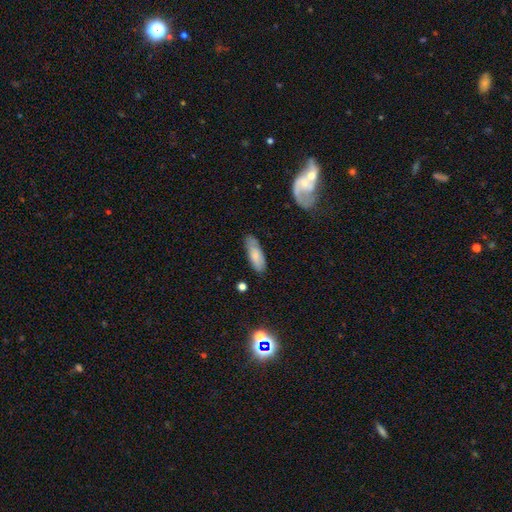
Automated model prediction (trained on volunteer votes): Smooth or featured? smooth (76%)
How rounded? in between (64%)
Merging? none (71%)